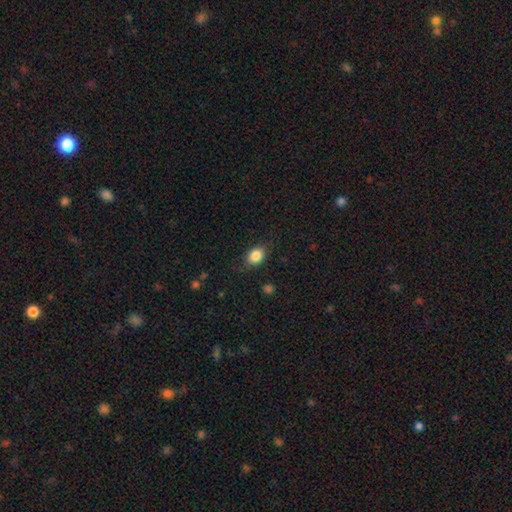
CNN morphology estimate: type=smooth (85%); roundness=in between (64%); merging=none (80%).